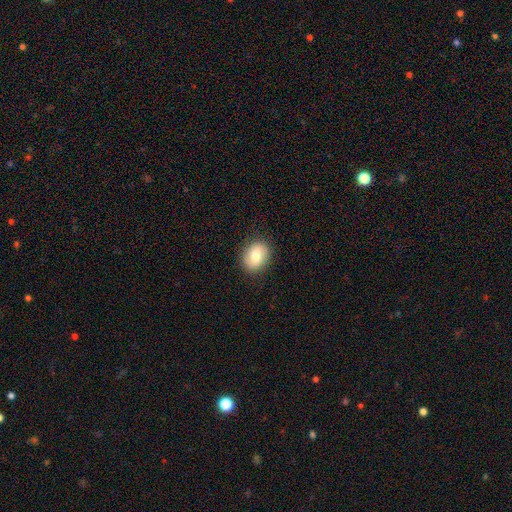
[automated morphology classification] Smooth or featured? Predicted: smooth (p=0.76). How rounded? Predicted: in between (p=0.55). Merging? Predicted: none (p=0.87).